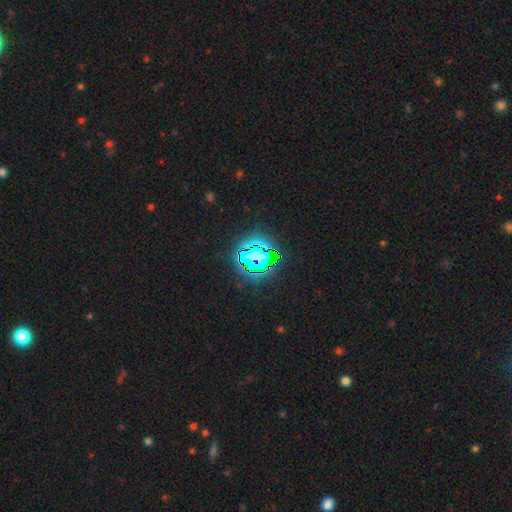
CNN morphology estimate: The model was most divided on "smooth or featured": star or artifact: 67%, smooth: 19%, featured or disk: 13%.